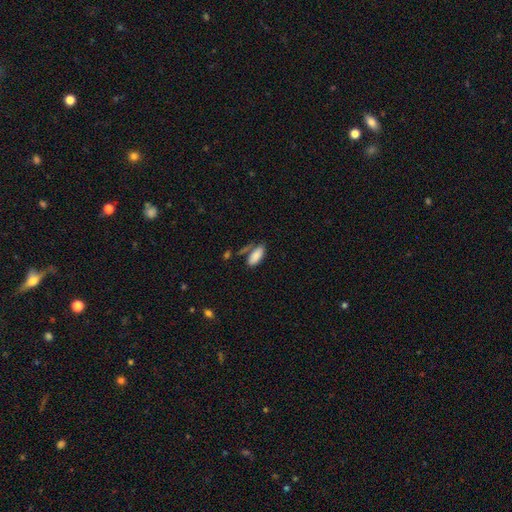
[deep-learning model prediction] Morphology: type=smooth (84%); roundness=in between (81%); merging=none (61%).